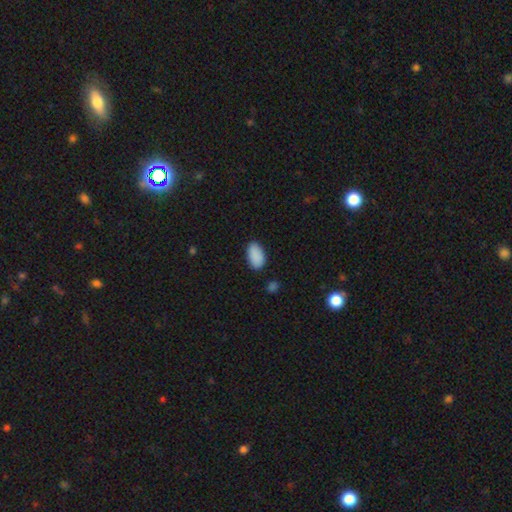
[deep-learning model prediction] smooth 90%, star or artifact 7%, featured or disk 3%. Down the decision tree: how rounded — in between (94%); merging — none (85%).